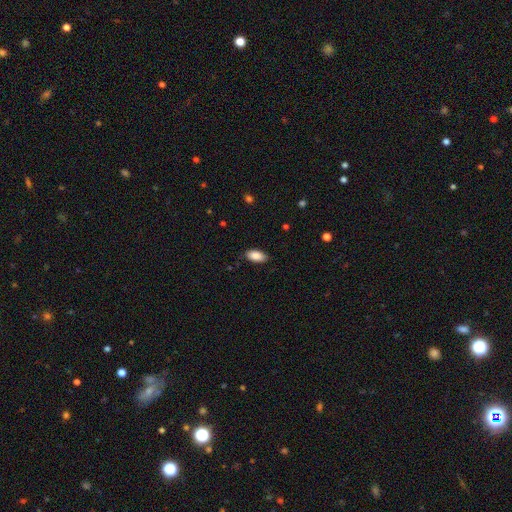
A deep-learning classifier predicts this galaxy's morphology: type=smooth (88%); roundness=in between (93%); merging=none (84%).